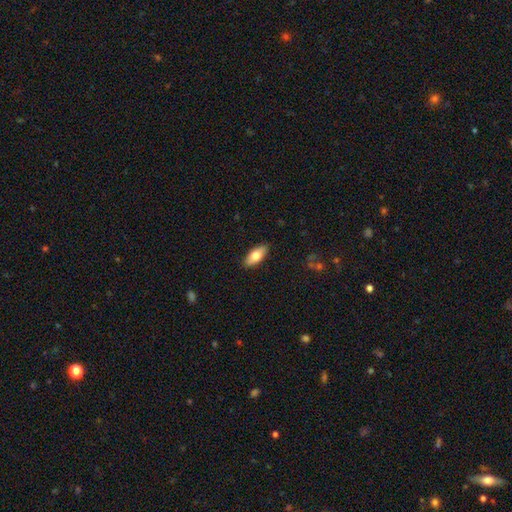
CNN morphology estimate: This appears to be a smooth galaxy with no disk features (75%) that is in between round and cigar-shaped (85%). Merging: none (89%).